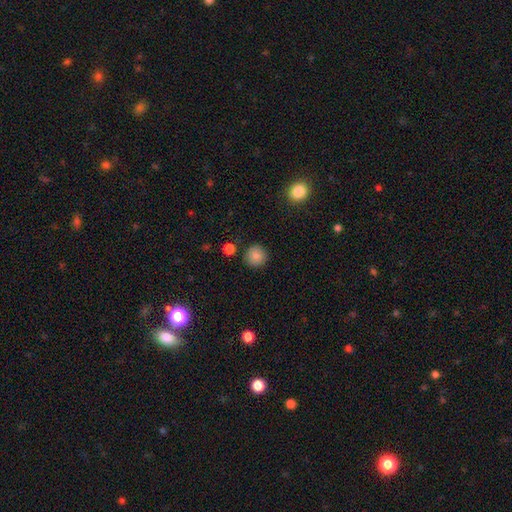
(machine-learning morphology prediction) Smooth or featured?
  - smooth: 85% *
  - star or artifact: 10%
  - featured or disk: 5%
How rounded?
  - round: 94% *
  - in between: 5%
  - cigar-shaped: 1%
Merging?
  - none: 89% *
  - minor disturbance: 7%
  - merger: 2%
  - major disturbance: 2%